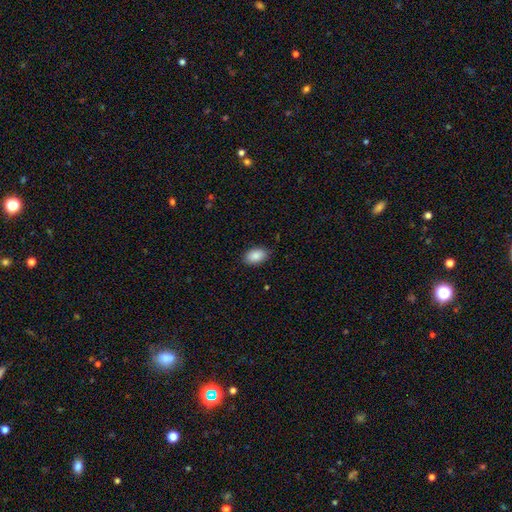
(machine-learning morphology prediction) A smooth galaxy with no disk features (89%) that is in between round and cigar-shaped (91%). Merging: none (85%).